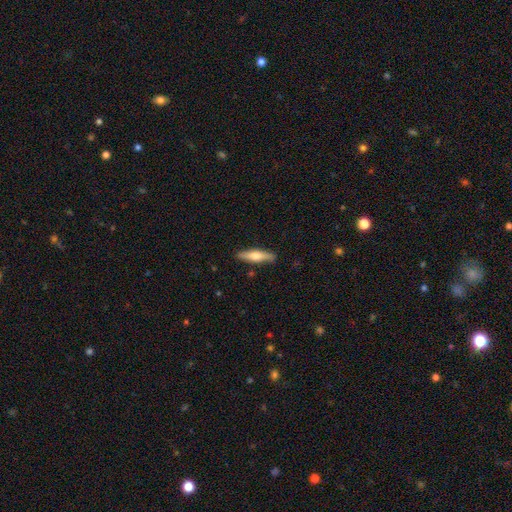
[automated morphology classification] Smooth or featured?
  - smooth: 50% *
  - featured or disk: 45%
  - star or artifact: 5%
Merging?
  - none: 87% *
  - minor disturbance: 10%
  - major disturbance: 2%
  - merger: 1%